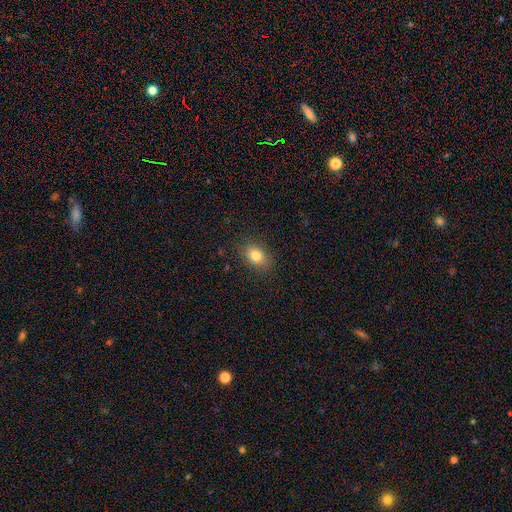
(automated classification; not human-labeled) The model was most divided on "how rounded": in between: 76%, round: 23%, cigar-shaped: 2%. More confident: merging — none (85%); smooth or featured — smooth (81%).